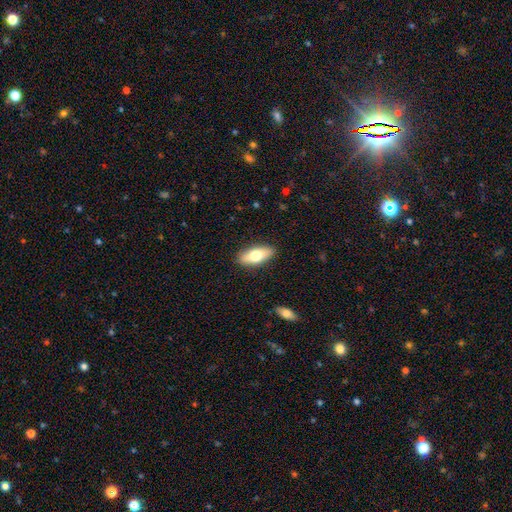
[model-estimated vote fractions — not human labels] The model was most divided on "smooth or featured": smooth: 71%, featured or disk: 23%, star or artifact: 6%. More confident: merging — none (88%); how rounded — in between (78%).